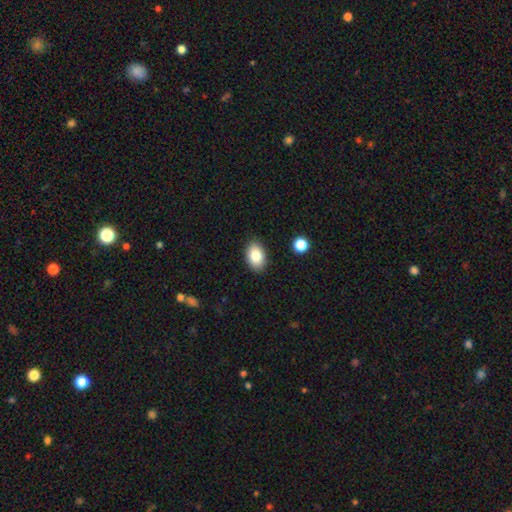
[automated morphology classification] A smooth galaxy with no disk features (83%) that is in between round and cigar-shaped (90%).

Vote fractions:
- Smooth or featured? smooth: 83% / featured or disk: 9% / star or artifact: 8%
- How rounded? in between: 90% / round: 9% / cigar-shaped: 1%
- Merging? none: 89% / minor disturbance: 8% / major disturbance: 2% / merger: 1%